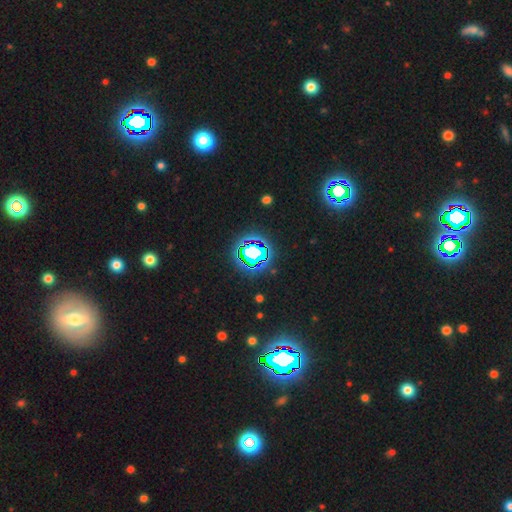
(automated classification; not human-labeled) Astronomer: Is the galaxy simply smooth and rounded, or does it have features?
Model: star or artifact — 74%.